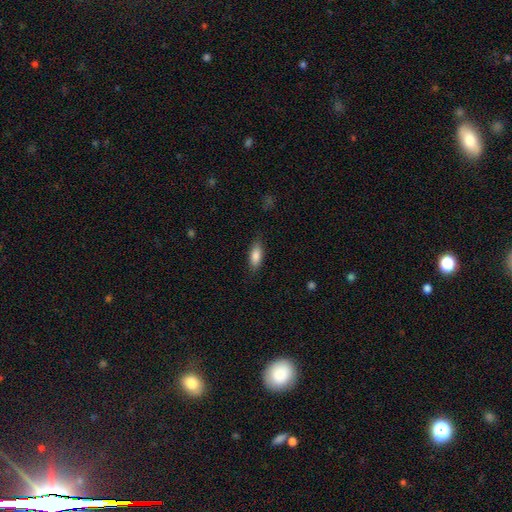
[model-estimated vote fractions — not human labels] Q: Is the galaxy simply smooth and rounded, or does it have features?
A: smooth — 84%.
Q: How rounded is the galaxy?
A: in between — 71%.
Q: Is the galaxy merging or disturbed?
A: none — 83%.